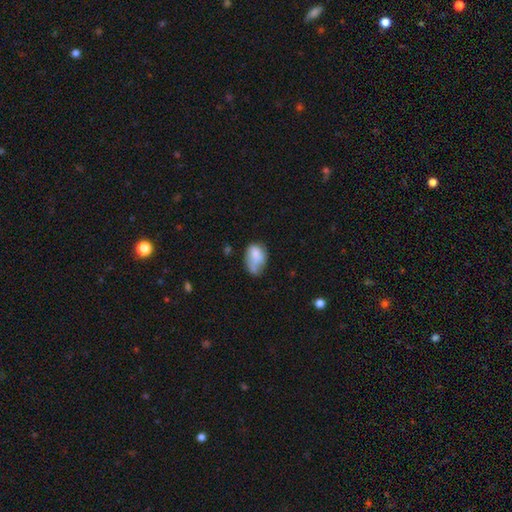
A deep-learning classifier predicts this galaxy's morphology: Smooth or featured: smooth — 69% (featured or disk — 22%)
How rounded: in between — 84% (round — 14%)
Merging: minor disturbance — 32% (none — 29%)